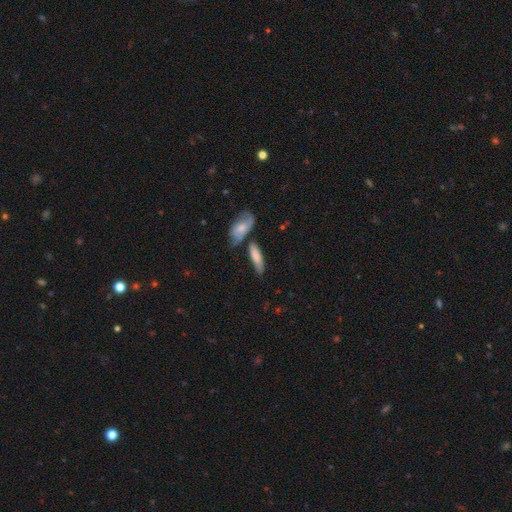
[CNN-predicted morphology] The model was most divided on "how rounded": cigar-shaped: 49%, in between: 48%, round: 3%. Remaining: smooth or featured — smooth (70%); merging — none (49%).